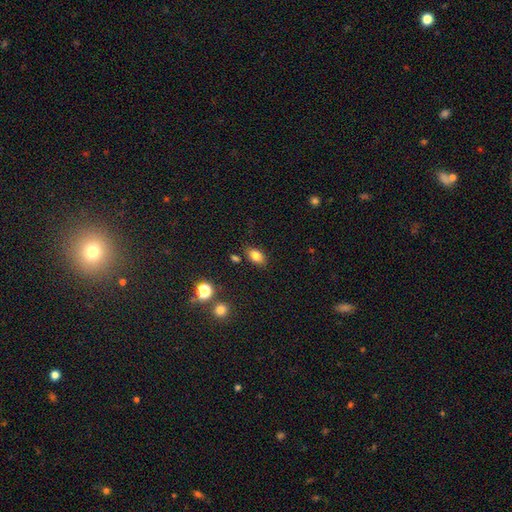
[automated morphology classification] smooth_or_featured: smooth (p=0.81) [alt: star or artifact p=0.11]
how_rounded: in between (p=0.85) [alt: round p=0.13]
merging: none (p=0.79) [alt: minor disturbance p=0.13]